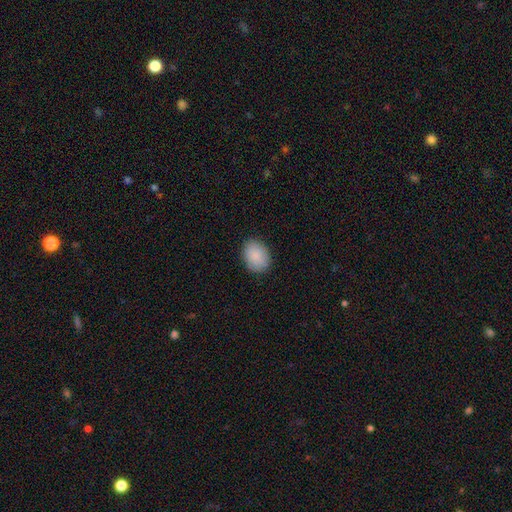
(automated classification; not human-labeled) Smooth or featured? smooth (89%)
How rounded? in between (62%)
Merging? none (87%)